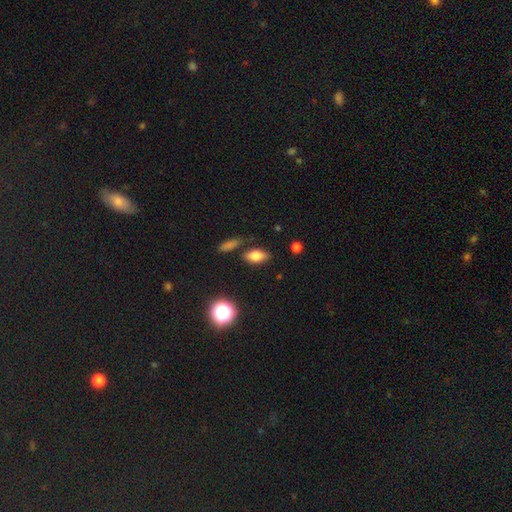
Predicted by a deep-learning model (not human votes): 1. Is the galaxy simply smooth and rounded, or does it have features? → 75% smooth, 14% featured or disk, 11% star or artifact.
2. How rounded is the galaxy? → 84% in between, 8% round, 8% cigar-shaped.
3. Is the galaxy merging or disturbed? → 77% none, 14% minor disturbance, 6% merger, 4% major disturbance.